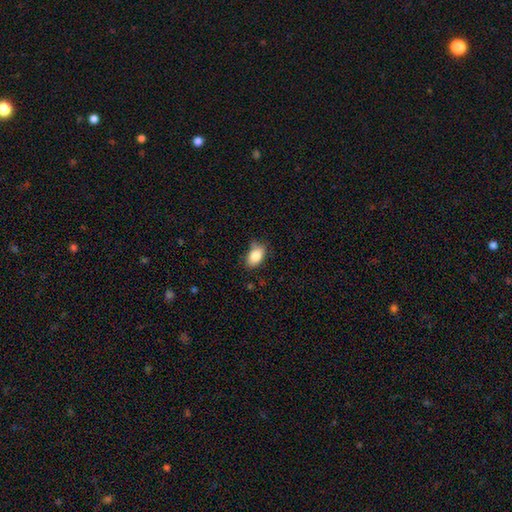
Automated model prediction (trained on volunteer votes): smooth 85%, star or artifact 8%, featured or disk 8%. Down the decision tree: how rounded — in between (89%); merging — none (67%).